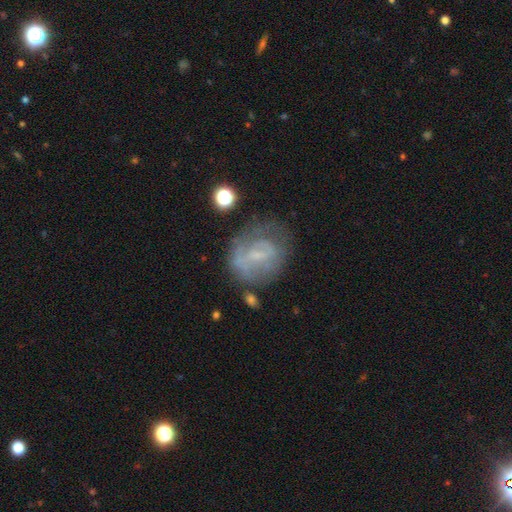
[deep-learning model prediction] smooth_or_featured: featured or disk (p=0.58) [alt: smooth p=0.31]
disk_edge_on: no (p=0.96) [alt: yes p=0.04]
bar: weak (p=0.46) [alt: no p=0.39]
has_spiral_arms: yes (p=0.51) [alt: no p=0.49]
bulge_size: small (p=0.52) [alt: none p=0.28]
merging: none (p=0.54) [alt: minor disturbance p=0.24]